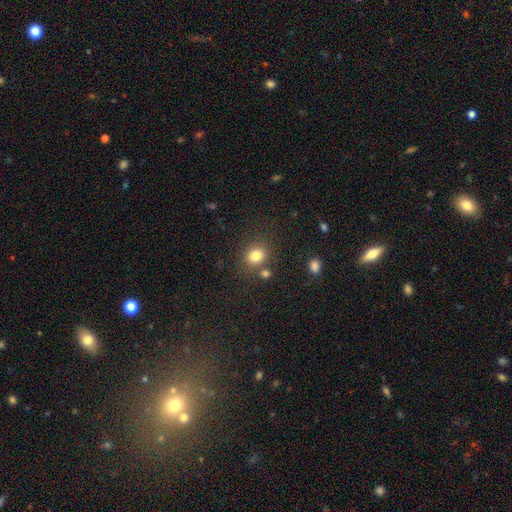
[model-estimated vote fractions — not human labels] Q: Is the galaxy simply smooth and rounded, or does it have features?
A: smooth — 81%.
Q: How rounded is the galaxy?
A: round — 67%.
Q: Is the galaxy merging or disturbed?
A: none — 74%.